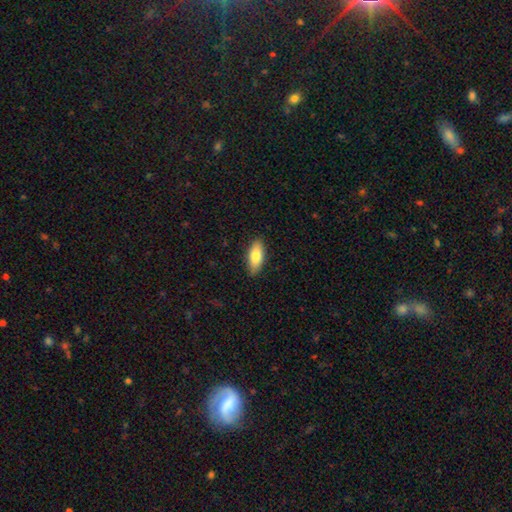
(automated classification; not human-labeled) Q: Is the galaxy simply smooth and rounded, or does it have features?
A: smooth — 81%.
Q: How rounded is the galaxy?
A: in between — 83%.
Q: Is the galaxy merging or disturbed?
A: none — 87%.